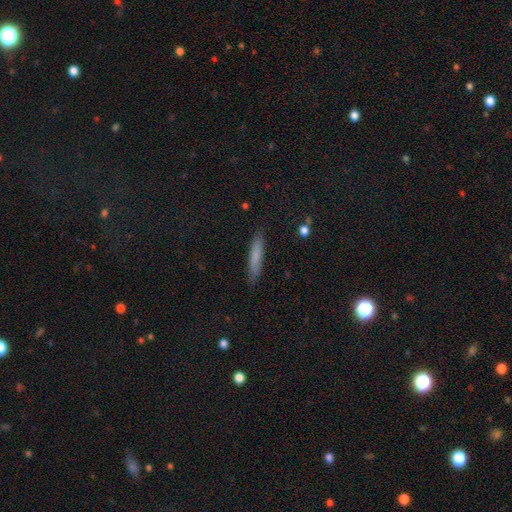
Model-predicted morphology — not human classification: The model was most divided on "smooth or featured": smooth: 75%, featured or disk: 17%, star or artifact: 8%. More confident: how rounded — cigar-shaped (89%); merging — none (87%).